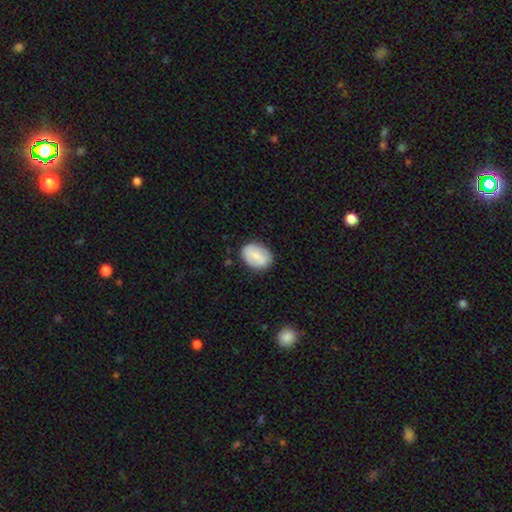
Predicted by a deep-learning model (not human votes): Q: Smooth or featured?
A: smooth (72%); runner-up: featured or disk (21%)
Q: How rounded?
A: in between (75%); runner-up: round (24%)
Q: Merging?
A: none (81%); runner-up: minor disturbance (14%)